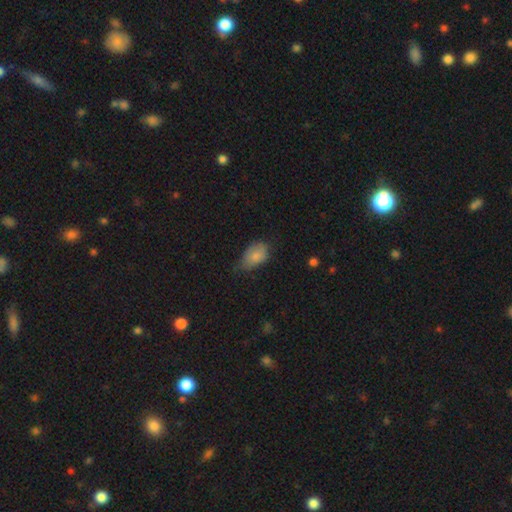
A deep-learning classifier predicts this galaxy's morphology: A smooth galaxy with no disk features (80%) that is in between round and cigar-shaped (88%). Merging: minor disturbance (44%, tied with none).